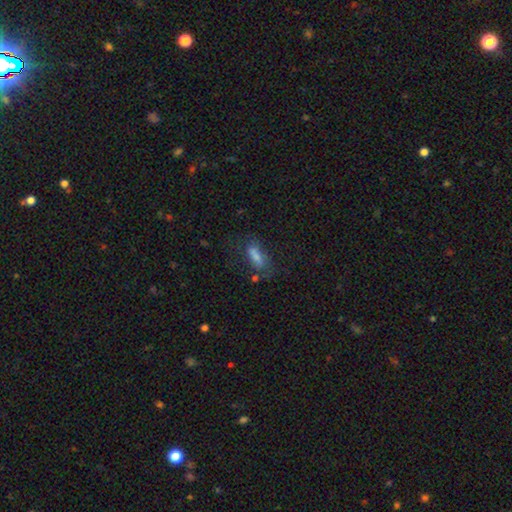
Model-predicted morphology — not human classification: This appears to be a smooth galaxy with no disk features (65%) that is in between round and cigar-shaped (58%). Merging: none (59%).